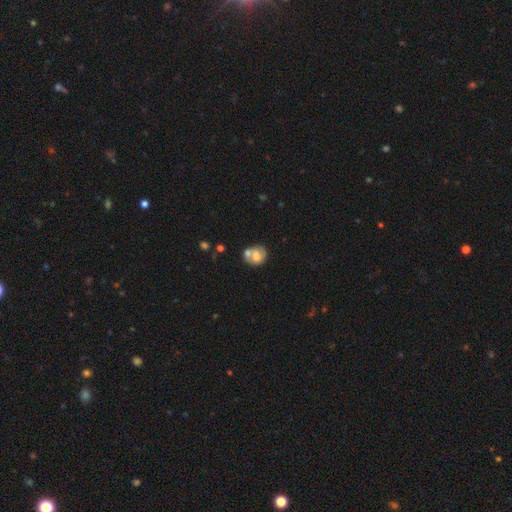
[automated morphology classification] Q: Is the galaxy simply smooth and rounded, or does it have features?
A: smooth — 54%.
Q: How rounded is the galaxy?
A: round — 64%.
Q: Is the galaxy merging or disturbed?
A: merger — 41%.